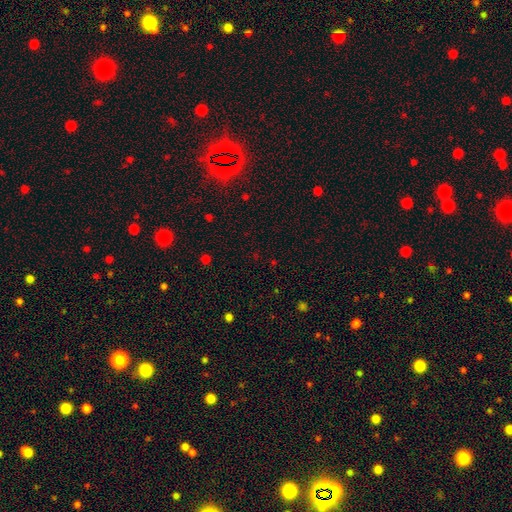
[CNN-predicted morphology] Smooth or featured? Predicted: star or artifact (p=0.60).